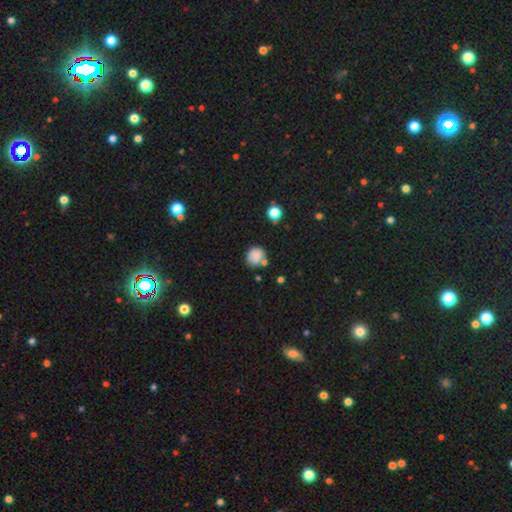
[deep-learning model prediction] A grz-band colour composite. It shows a smooth galaxy with no disk features (80%) that is round (76%). Merging: none (63%).